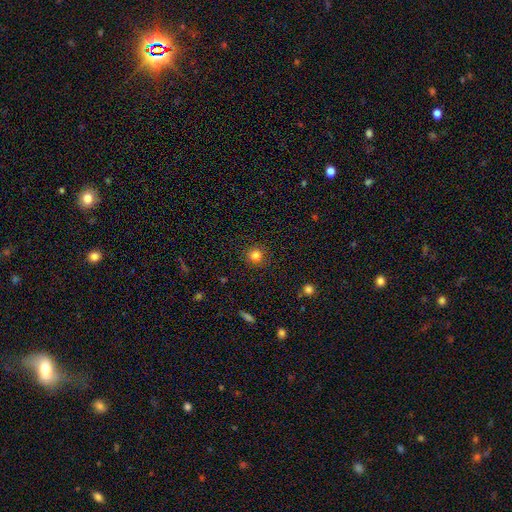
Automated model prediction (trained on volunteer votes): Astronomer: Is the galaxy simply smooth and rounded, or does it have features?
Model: smooth — 81%.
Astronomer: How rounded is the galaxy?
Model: round — 92%.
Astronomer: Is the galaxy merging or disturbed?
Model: none — 89%.